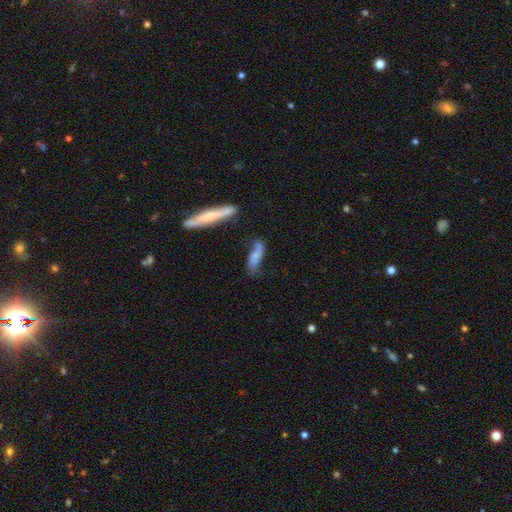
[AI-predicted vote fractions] Morphology: type=featured or disk (51%); edge-on=no (81%); merging=none (50%).